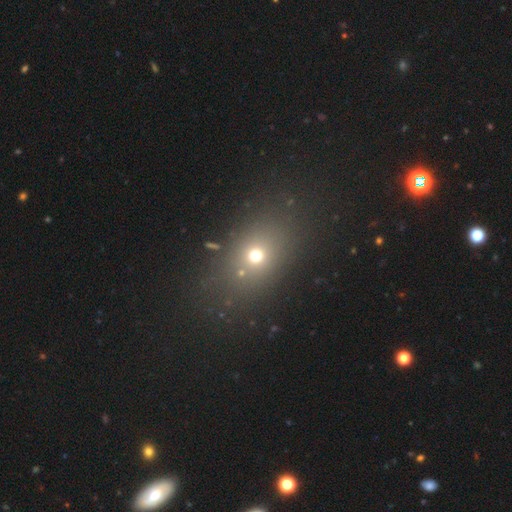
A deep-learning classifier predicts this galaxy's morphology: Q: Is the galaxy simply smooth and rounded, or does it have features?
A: smooth — 65%.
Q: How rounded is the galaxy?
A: in between — 52%.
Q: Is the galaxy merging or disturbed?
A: none — 73%.